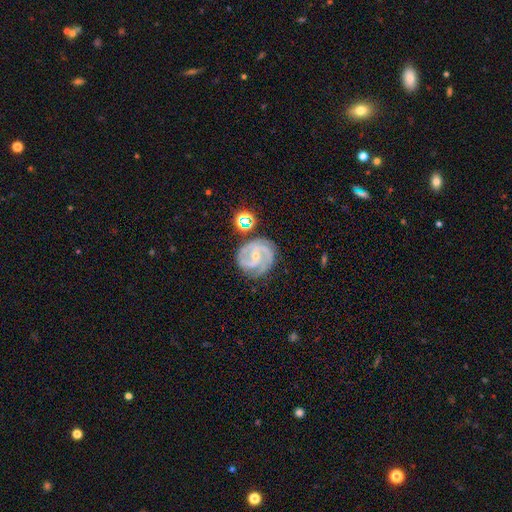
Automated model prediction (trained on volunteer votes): Smooth or featured? featured or disk (87%)
Edge-on disk? no (98%)
Bar? no (47%)
Spiral arms? yes (97%)
Spiral winding? tight (47%)
Spiral arm count? 2 (40%)
Bulge size? small (76%)
Merging? none (70%)